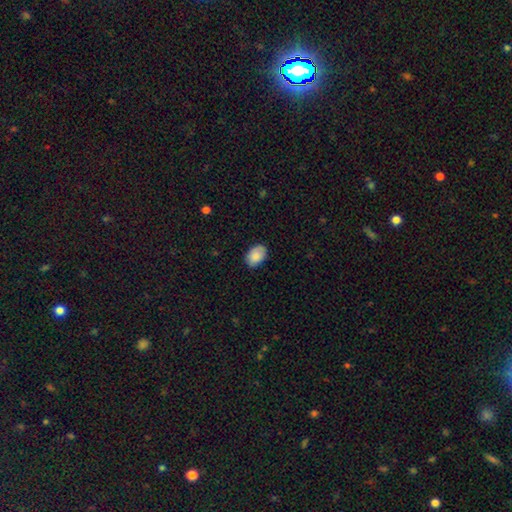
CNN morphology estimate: A smooth galaxy with no disk features (86%) that is in between round and cigar-shaped (87%). Merging: none (82%).